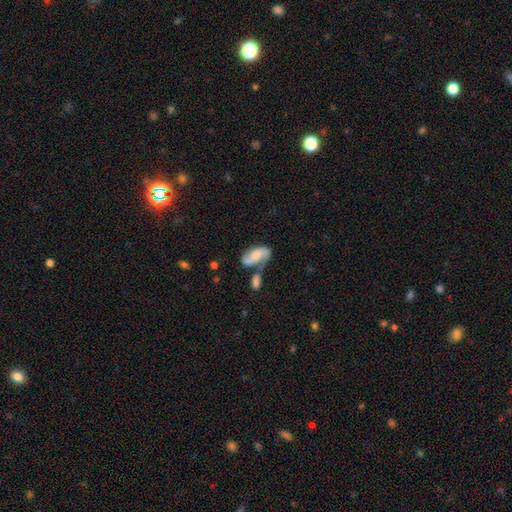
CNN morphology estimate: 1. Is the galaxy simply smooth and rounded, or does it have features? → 59% featured or disk, 34% smooth, 7% star or artifact.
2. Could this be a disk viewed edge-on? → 95% no, 5% yes.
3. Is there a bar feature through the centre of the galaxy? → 55% no, 33% weak, 13% strong.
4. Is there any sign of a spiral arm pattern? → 89% yes, 11% no.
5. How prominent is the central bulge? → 34% moderate, 32% small, 20% none, 11% large, 3% dominant.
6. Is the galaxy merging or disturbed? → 39% none, 32% merger, 19% minor disturbance, 10% major disturbance.